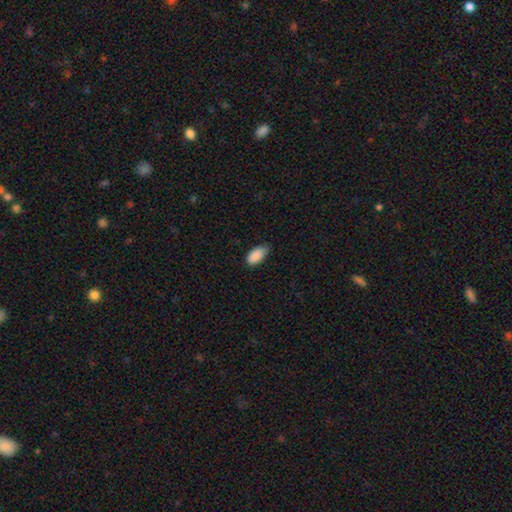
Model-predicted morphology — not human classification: Smooth or featured? smooth (90%)
How rounded? in between (93%)
Merging? none (66%)